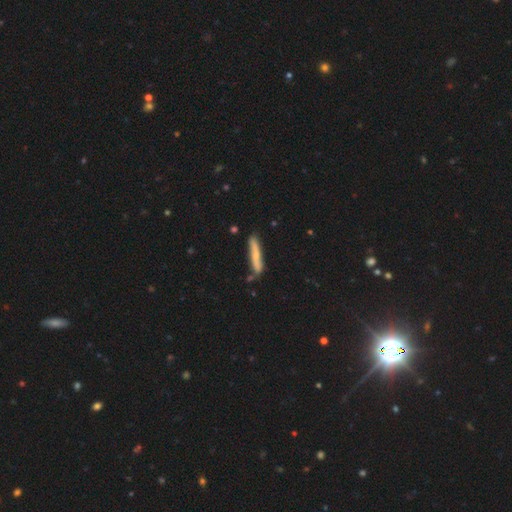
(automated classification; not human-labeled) Morphology: type=smooth (60%); roundness=cigar-shaped (92%); merging=none (74%).